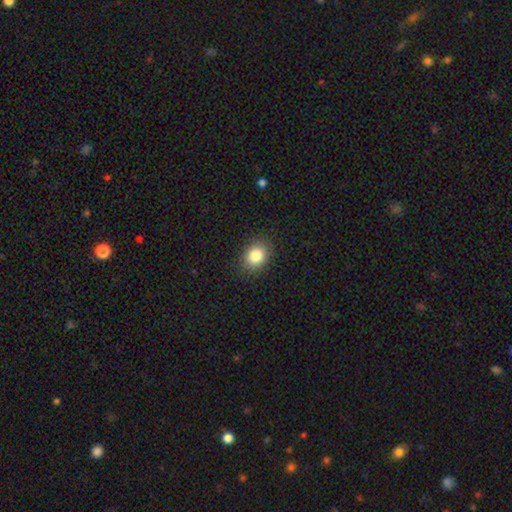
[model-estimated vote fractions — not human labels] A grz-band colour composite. It shows a smooth galaxy with no disk features (84%) that is in between round and cigar-shaped (57%). Merging: none (87%).